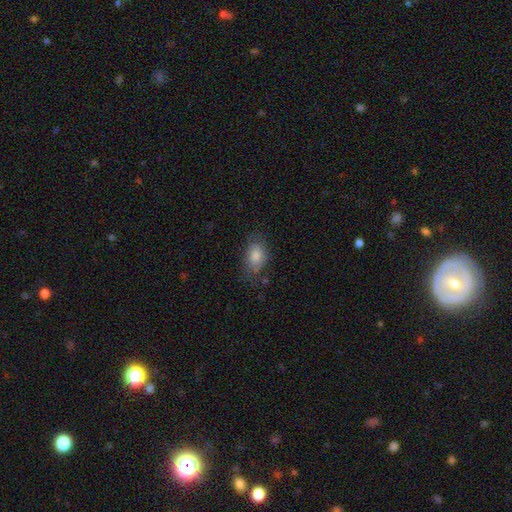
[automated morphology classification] The model was most divided on "merging": none: 71%, minor disturbance: 21%, major disturbance: 7%, merger: 2%. More confident: how rounded — in between (84%); smooth or featured — smooth (74%).